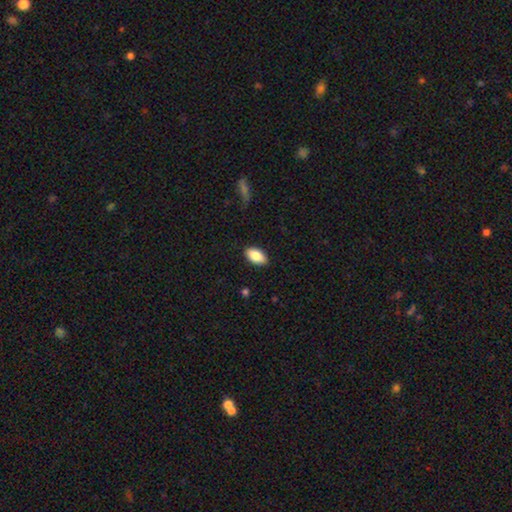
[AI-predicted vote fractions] smooth_or_featured: smooth (p=0.85) [alt: featured or disk p=0.08]
how_rounded: in between (p=0.93) [alt: round p=0.04]
merging: none (p=0.87) [alt: minor disturbance p=0.10]